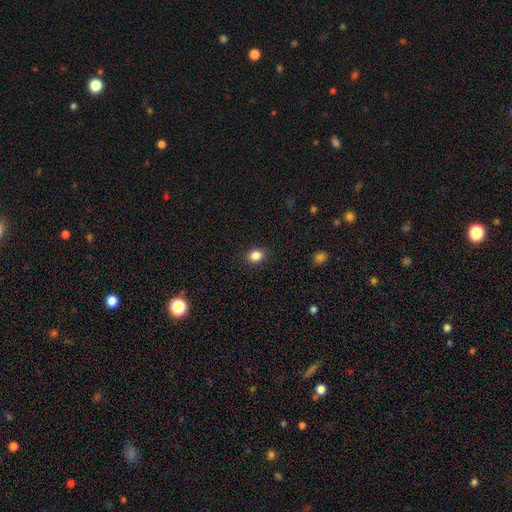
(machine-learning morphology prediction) smooth 86%, star or artifact 11%, featured or disk 4%. Down the decision tree: how rounded — round (64%); merging — none (89%).